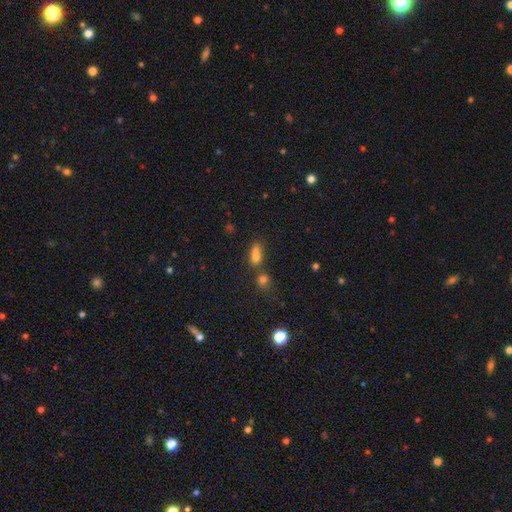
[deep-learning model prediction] Morphology: type=smooth (68%); roundness=in between (59%); merging=merger (40%).